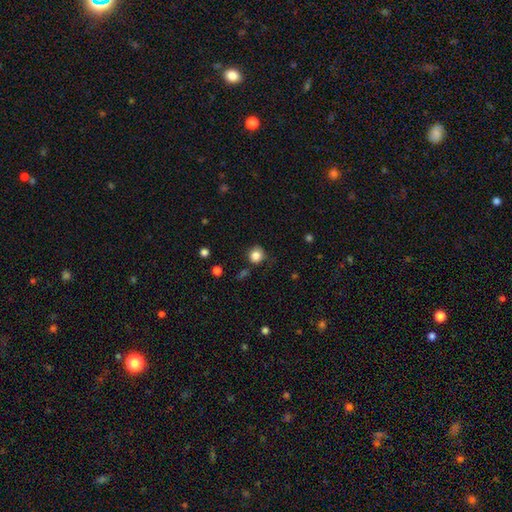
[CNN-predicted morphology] smooth-or-featured: smooth: 84% | star or artifact: 11% | featured or disk: 5%
  how-rounded: round: 88% | in between: 11% | cigar-shaped: 1%
  merging: none: 77% | minor disturbance: 16% | major disturbance: 5% | merger: 3%